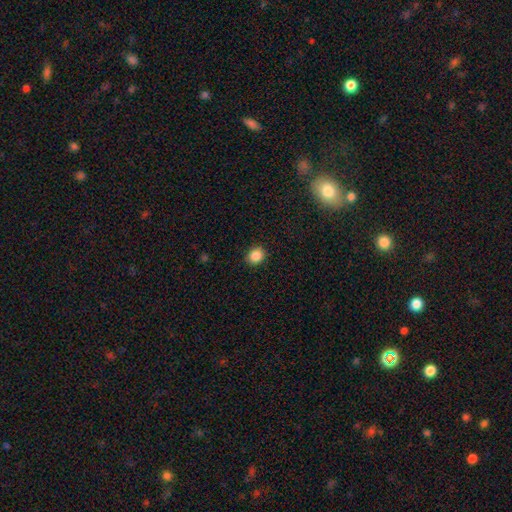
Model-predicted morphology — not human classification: Overall: smooth (86%). How rounded: round (72%). Merging: none (90%).